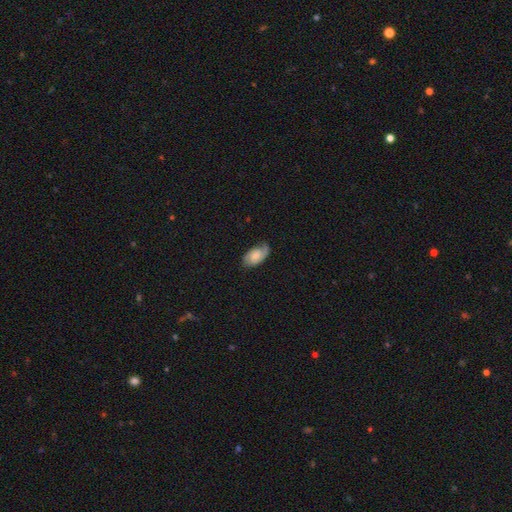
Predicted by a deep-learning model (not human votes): This appears to be a featured or disk galaxy (56%) with no bar (69%), spiral arms (91%) and a small central bulge (37%). Merging: none (65%).